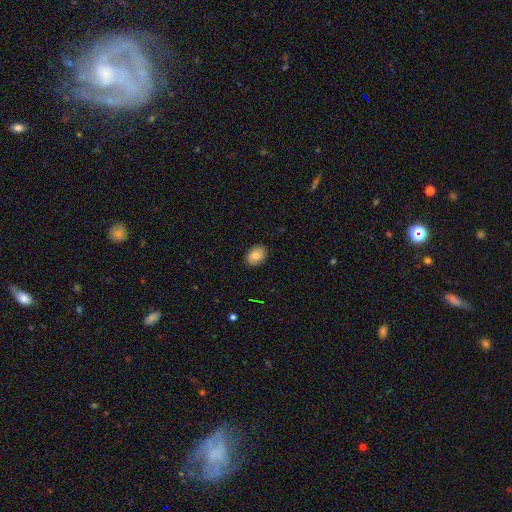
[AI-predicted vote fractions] The model was most divided on "how rounded": in between: 78%, round: 21%, cigar-shaped: 1%. More confident: merging — none (88%); smooth or featured — smooth (85%).